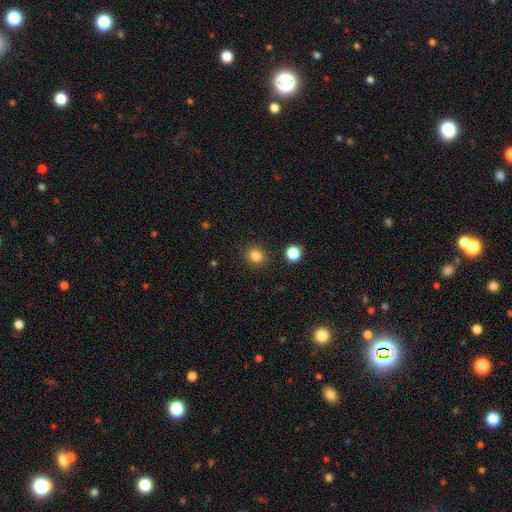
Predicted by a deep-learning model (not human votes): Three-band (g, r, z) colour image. It shows a smooth galaxy with no disk features (84%) that is round (87%). Merging: none (90%).